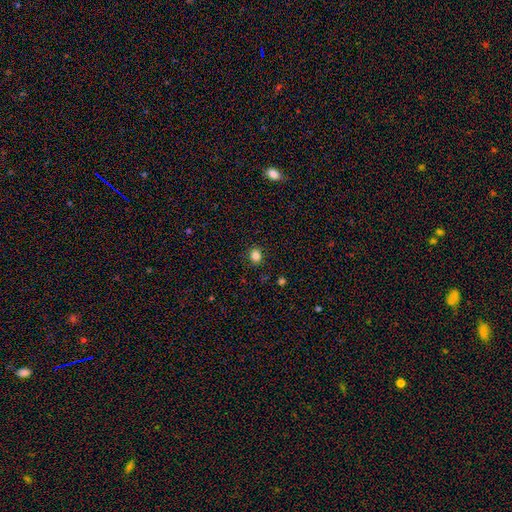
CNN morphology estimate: This is clearly a smooth galaxy (84%). How rounded: likely round (80%). Merging: clearly none (90%).